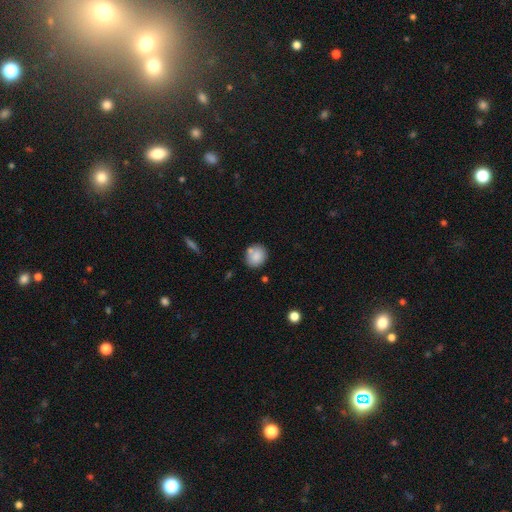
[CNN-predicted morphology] Q: Smooth or featured?
A: smooth (85%); runner-up: star or artifact (8%)
Q: How rounded?
A: round (73%); runner-up: in between (26%)
Q: Merging?
A: none (72%); runner-up: minor disturbance (14%)